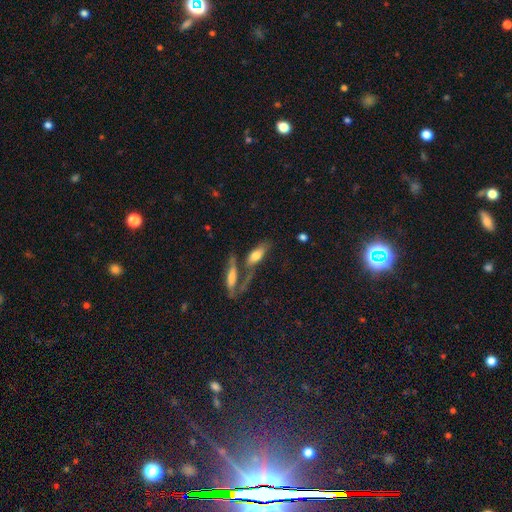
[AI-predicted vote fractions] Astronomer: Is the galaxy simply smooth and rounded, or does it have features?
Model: smooth — 65%.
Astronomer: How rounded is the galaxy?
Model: in between — 68%.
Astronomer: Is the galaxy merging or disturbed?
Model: merger — 42% (runner-up: none, 35%).